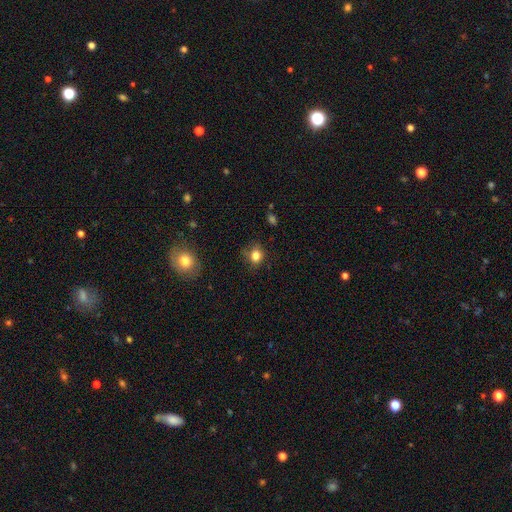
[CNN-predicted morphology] Overall: smooth (82%). How rounded: round (66%; in between 32%). Merging: none (68%).